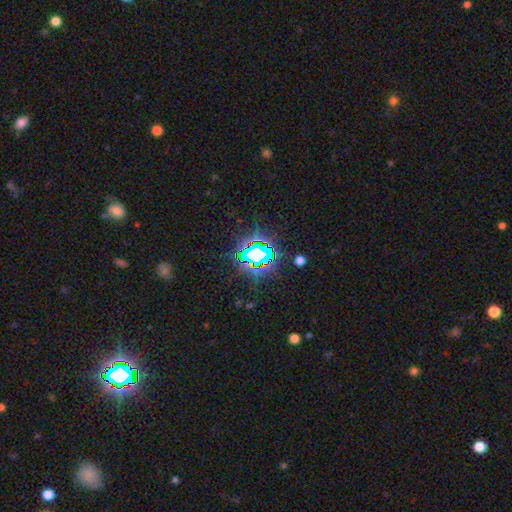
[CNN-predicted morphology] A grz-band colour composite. It shows a star or artifact, not a galaxy (75%).